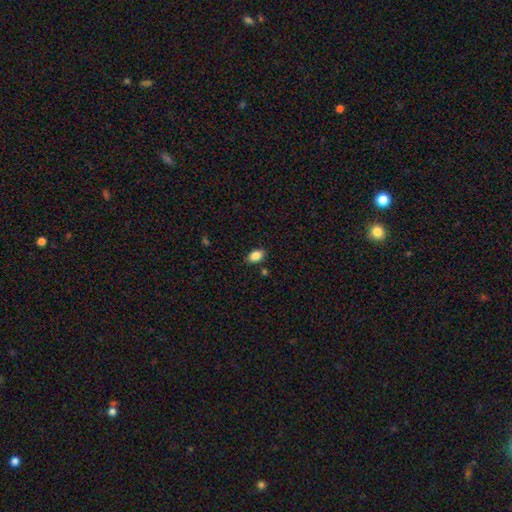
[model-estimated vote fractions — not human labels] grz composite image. It shows a smooth galaxy with no disk features (86%) that is in between round and cigar-shaped (87%). Merging: none (85%).